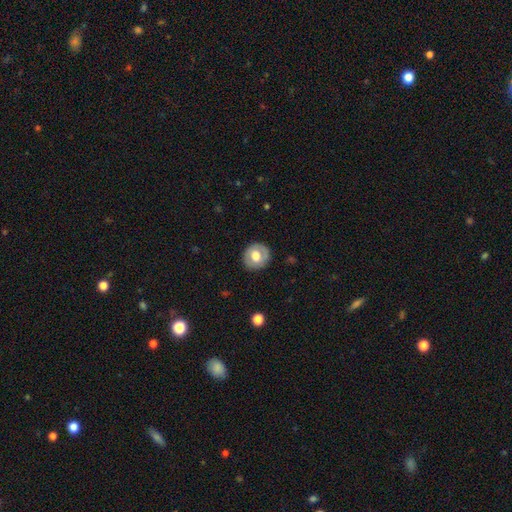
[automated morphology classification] This is likely a smooth galaxy (62%). How rounded: clearly round (82%). Merging: clearly none (85%).